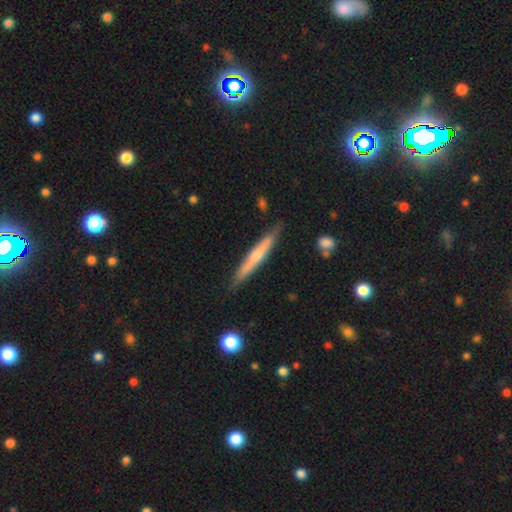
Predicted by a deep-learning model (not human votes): featured or disk 52%, smooth 42%, star or artifact 6%. Down the decision tree: edge-on disk — yes (94%); merging — none (84%).